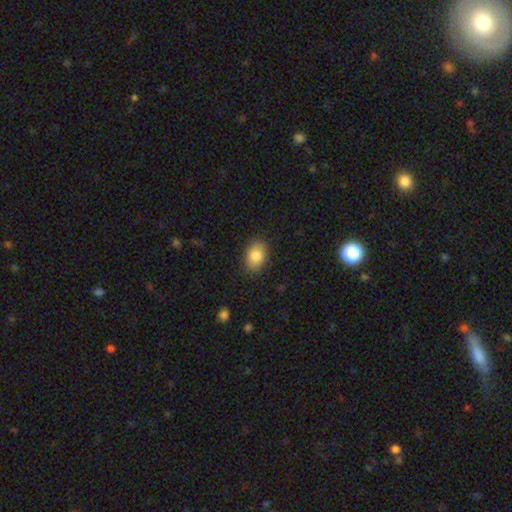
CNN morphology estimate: smooth_or_featured: smooth (p=0.85) [alt: featured or disk p=0.08]
how_rounded: in between (p=0.80) [alt: round p=0.19]
merging: none (p=0.85) [alt: minor disturbance p=0.11]